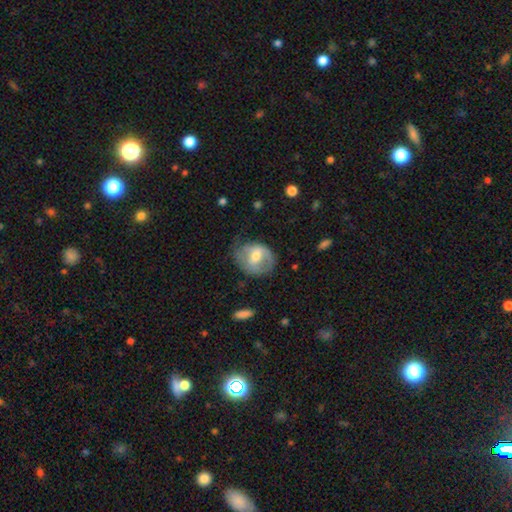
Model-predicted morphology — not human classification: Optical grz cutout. It shows a featured or disk galaxy (50%). Merging: none (49%).